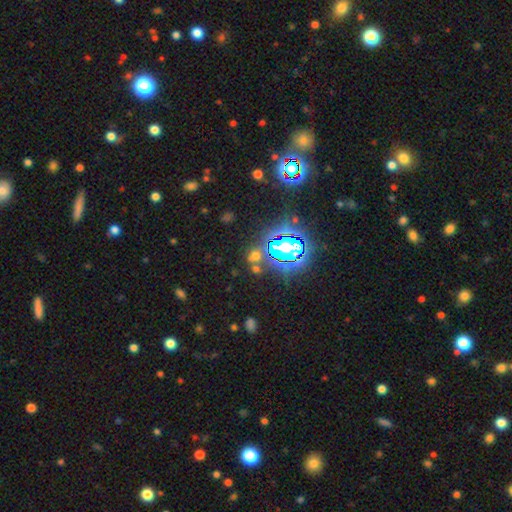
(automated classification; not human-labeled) Smooth or featured?
  - star or artifact: 59% *
  - smooth: 32%
  - featured or disk: 9%